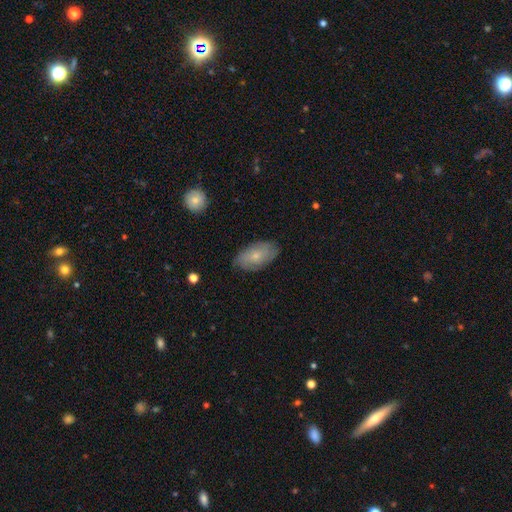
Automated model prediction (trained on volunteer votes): This appears to be a smooth galaxy with no disk features (59%) that is in between round and cigar-shaped (93%). Merging: none (77%).